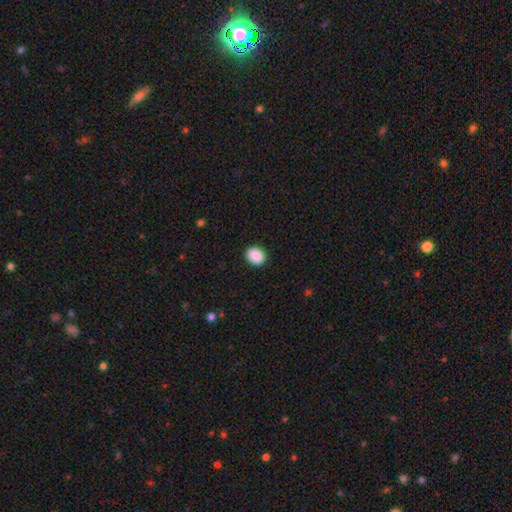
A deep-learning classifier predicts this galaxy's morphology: type=smooth (90%); roundness=round (53%); merging=none (89%).